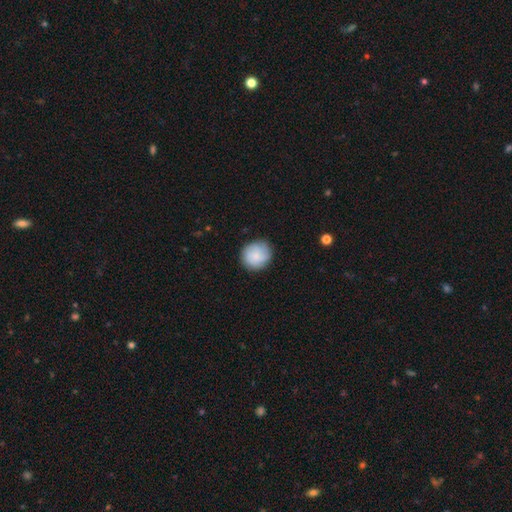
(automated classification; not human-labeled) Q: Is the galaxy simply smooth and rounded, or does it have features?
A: smooth — 81%.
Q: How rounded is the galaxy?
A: round — 89%.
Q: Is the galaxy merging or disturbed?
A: none — 85%.